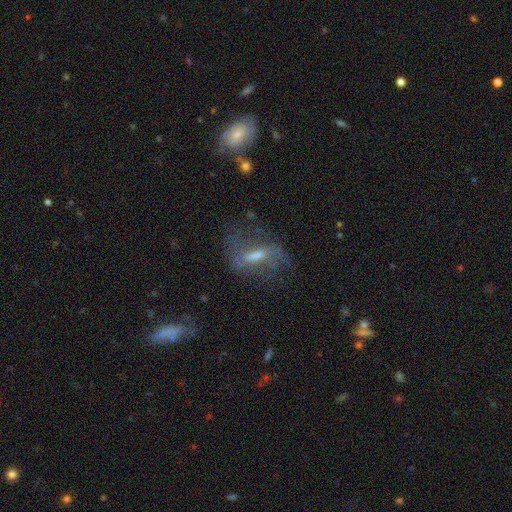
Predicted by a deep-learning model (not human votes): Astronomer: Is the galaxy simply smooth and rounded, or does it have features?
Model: featured or disk — 59%.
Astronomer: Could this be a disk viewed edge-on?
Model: no — 82%.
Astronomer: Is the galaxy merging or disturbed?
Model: none — 54%.